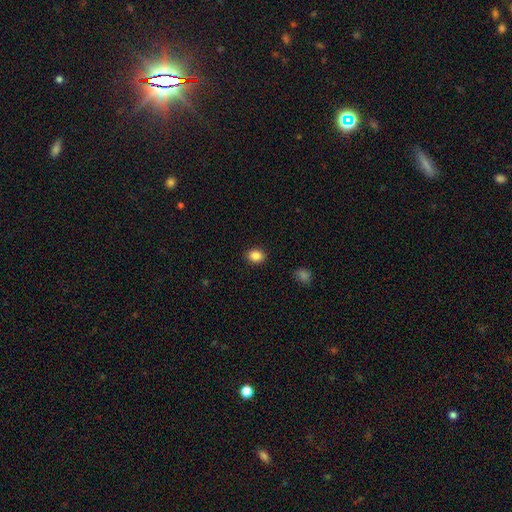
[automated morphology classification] Smooth or featured? smooth (86%)
How rounded? round (50%)
Merging? none (90%)